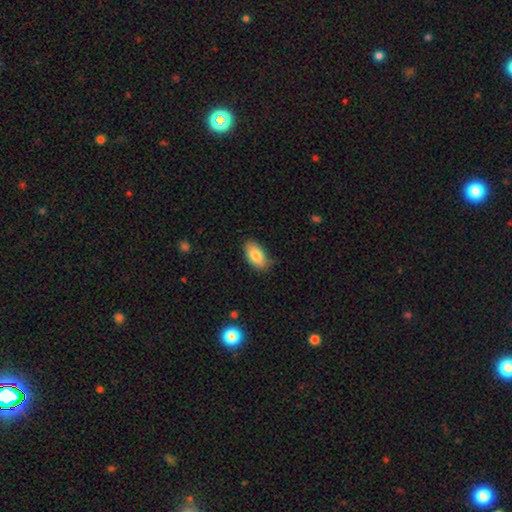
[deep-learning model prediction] smooth 82%, featured or disk 10%, star or artifact 7%. Down the decision tree: how rounded — in between (93%); merging — none (74%).